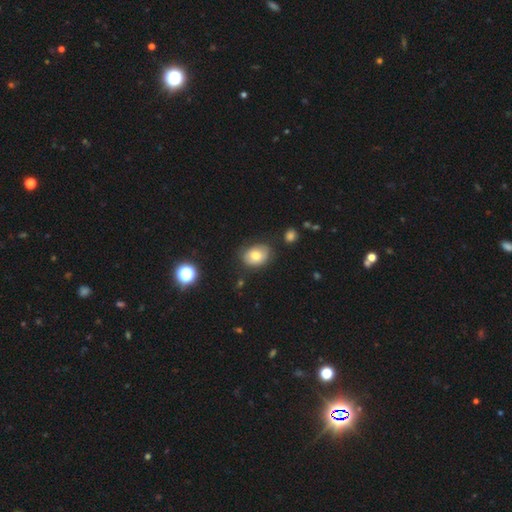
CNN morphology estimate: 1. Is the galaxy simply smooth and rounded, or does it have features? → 74% smooth, 16% featured or disk, 10% star or artifact.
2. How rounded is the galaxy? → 66% in between, 33% round, 1% cigar-shaped.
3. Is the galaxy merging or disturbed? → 74% none, 19% minor disturbance, 4% major disturbance, 3% merger.